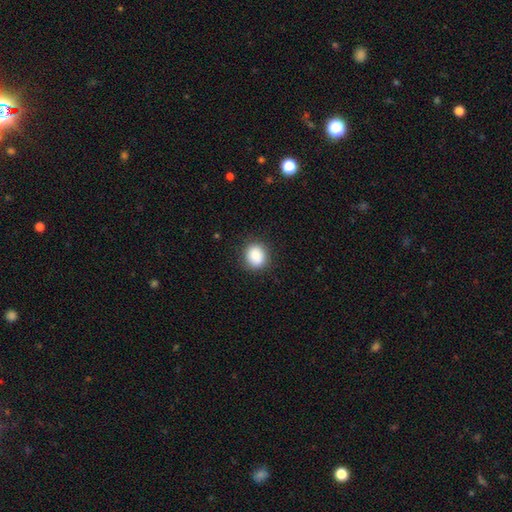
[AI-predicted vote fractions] The model was most divided on "how rounded": round: 79%, in between: 20%, cigar-shaped: 1%. More confident: merging — none (87%); smooth or featured — smooth (85%).